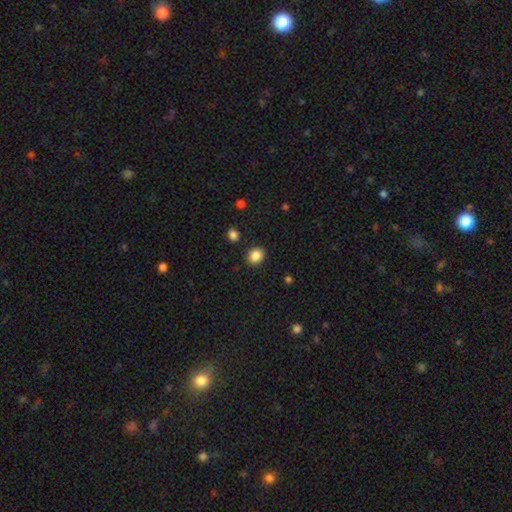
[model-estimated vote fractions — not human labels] Smooth or featured? smooth (87%)
How rounded? round (74%)
Merging? none (88%)